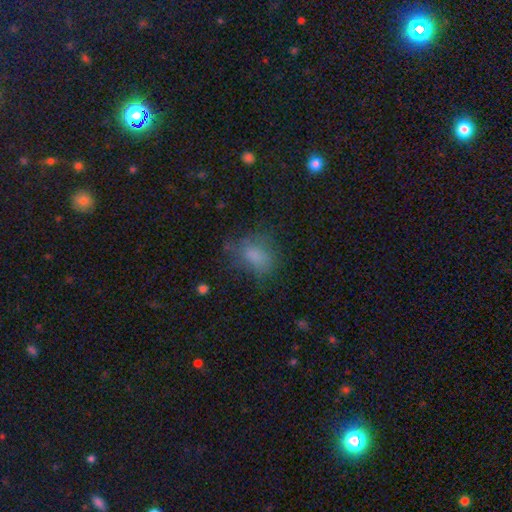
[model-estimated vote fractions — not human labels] This appears to be a smooth galaxy with no disk features (73%) that is in between round and cigar-shaped (70%). Merging: none (54%).